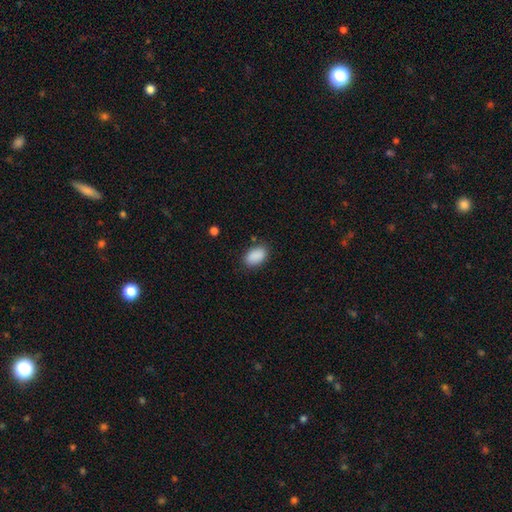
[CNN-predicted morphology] Smooth or featured: smooth — 90% (star or artifact — 7%)
How rounded: in between — 91% (round — 8%)
Merging: none — 84% (minor disturbance — 12%)